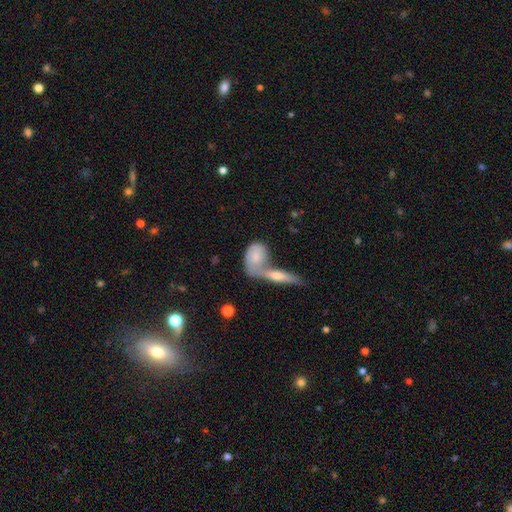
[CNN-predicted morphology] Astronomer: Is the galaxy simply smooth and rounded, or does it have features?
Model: smooth — 70%.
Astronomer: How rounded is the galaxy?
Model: in between — 77%.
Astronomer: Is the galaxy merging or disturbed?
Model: merger — 59%.